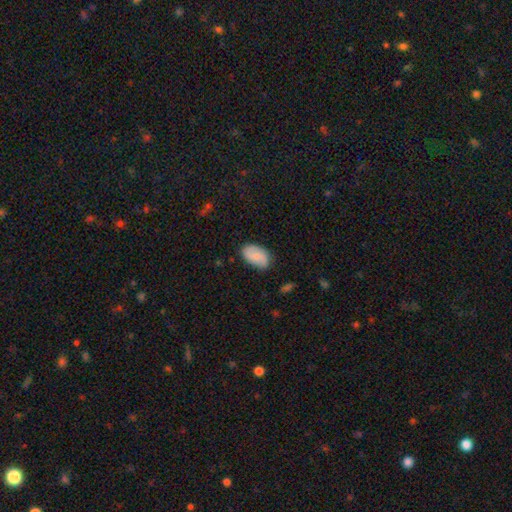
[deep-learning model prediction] Overall: smooth (69%). How rounded: in between (94%). Merging: none (78%).